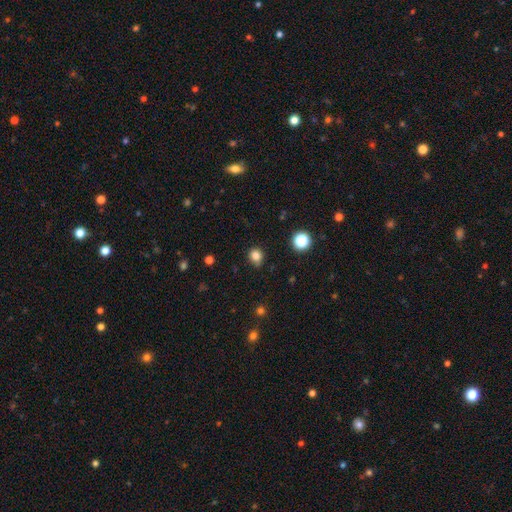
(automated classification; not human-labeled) Smooth or featured? smooth (82%)
How rounded? round (79%)
Merging? none (79%)